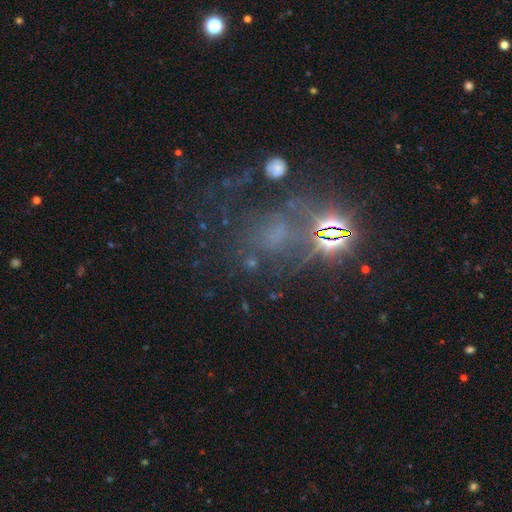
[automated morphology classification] type=star or artifact (44%).